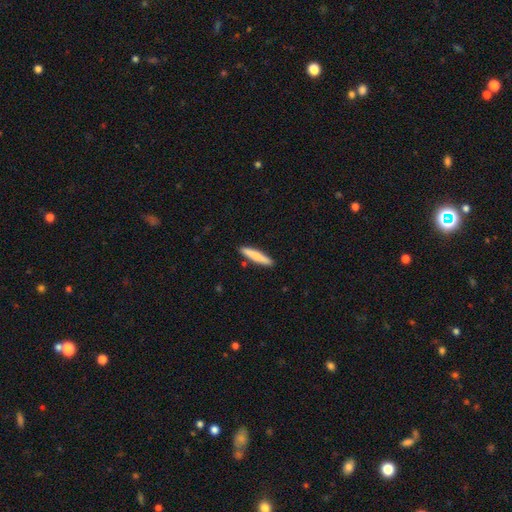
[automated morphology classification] smooth 74%, featured or disk 21%, star or artifact 5%. Down the decision tree: how rounded — cigar-shaped (91%); merging — none (89%).